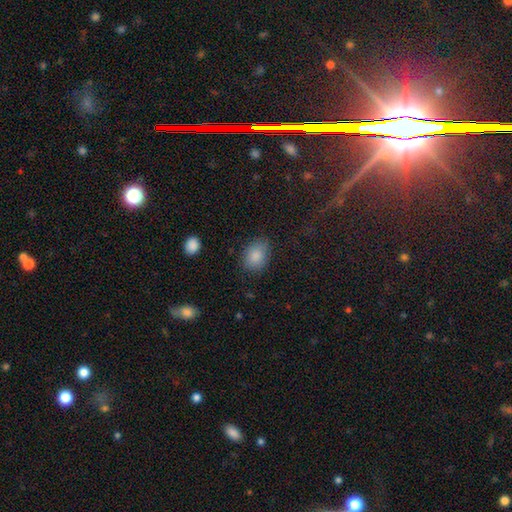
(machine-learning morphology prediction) The model was most divided on "how rounded": in between: 72%, round: 27%, cigar-shaped: 1%. More confident: smooth or featured — smooth (86%); merging — none (77%).